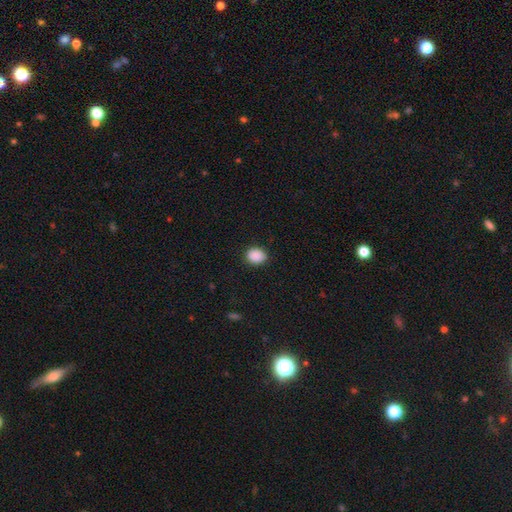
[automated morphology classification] Smooth or featured? Predicted: smooth (p=0.89). How rounded? Predicted: round (p=0.55). Merging? Predicted: none (p=0.84).